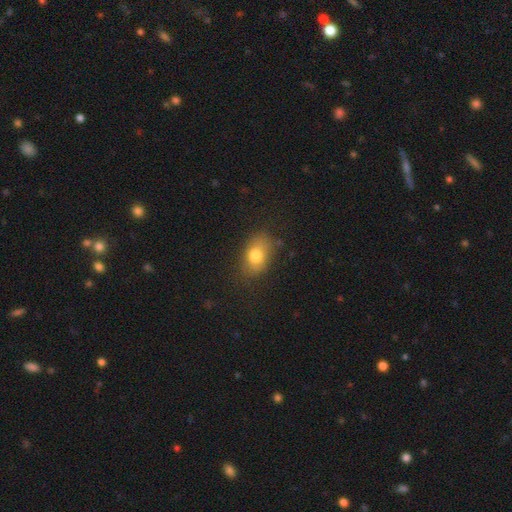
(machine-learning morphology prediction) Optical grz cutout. It shows a smooth galaxy with no disk features (78%) that is in between round and cigar-shaped (80%). Merging: none (74%).